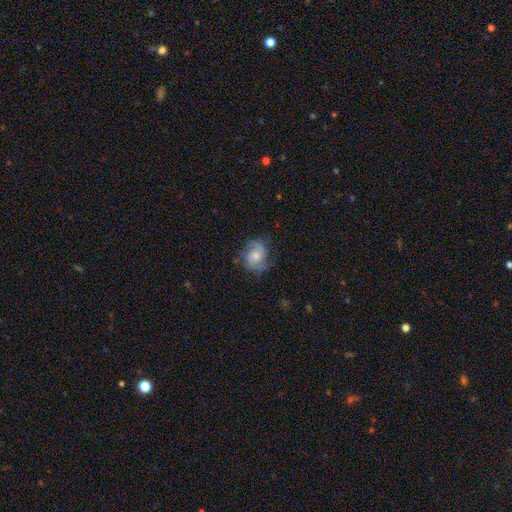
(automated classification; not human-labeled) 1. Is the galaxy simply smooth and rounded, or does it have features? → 58% featured or disk, 34% smooth, 8% star or artifact.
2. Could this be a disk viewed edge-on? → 97% no, 3% yes.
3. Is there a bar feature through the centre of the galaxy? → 66% no, 29% weak, 5% strong.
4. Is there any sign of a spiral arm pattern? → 89% yes, 11% no.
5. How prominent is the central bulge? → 49% moderate, 38% small, 6% large, 5% none, 1% dominant.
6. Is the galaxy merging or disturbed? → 66% none, 22% minor disturbance, 10% major disturbance, 1% merger.